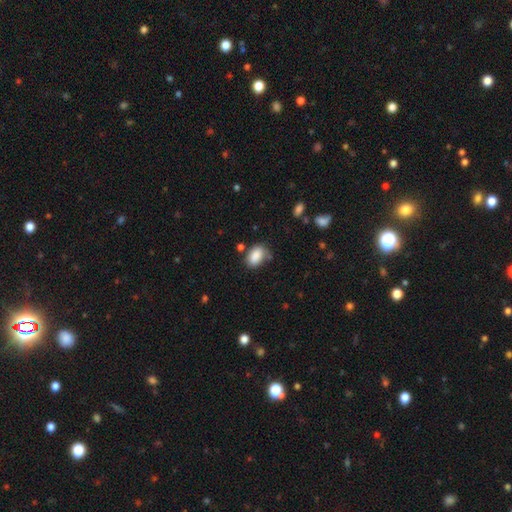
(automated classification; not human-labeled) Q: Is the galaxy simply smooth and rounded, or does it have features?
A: smooth — 86%.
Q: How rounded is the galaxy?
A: in between — 86%.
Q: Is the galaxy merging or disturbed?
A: none — 64%.